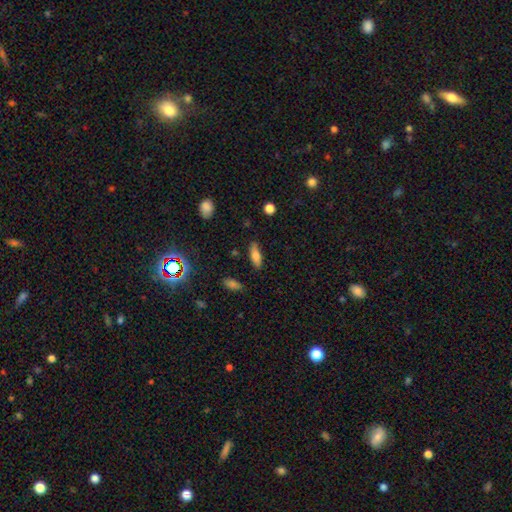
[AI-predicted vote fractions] Smooth or featured: smooth — 70% (featured or disk — 21%)
How rounded: in between — 62% (cigar-shaped — 35%)
Merging: none — 80% (minor disturbance — 15%)